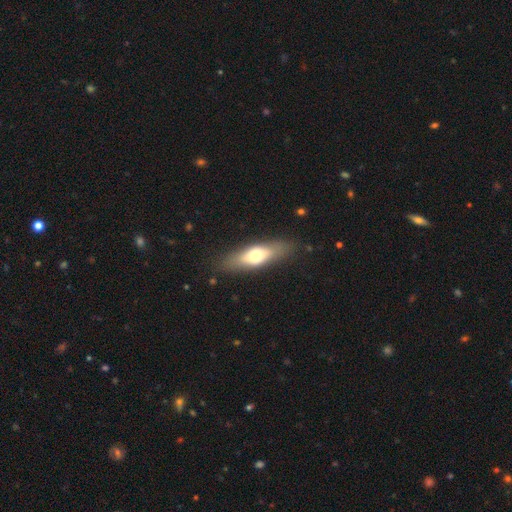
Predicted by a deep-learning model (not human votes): A smooth galaxy with no disk features (59%) that is in between round and cigar-shaped (53%). Merging: none (82%).